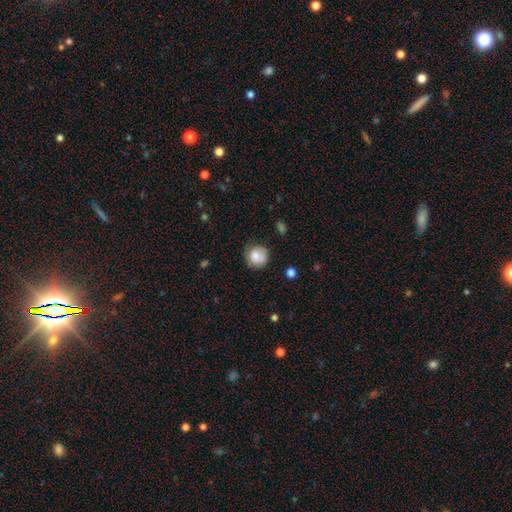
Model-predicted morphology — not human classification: smooth 81%, featured or disk 11%, star or artifact 9%. Down the decision tree: how rounded — round (92%); merging — none (76%).